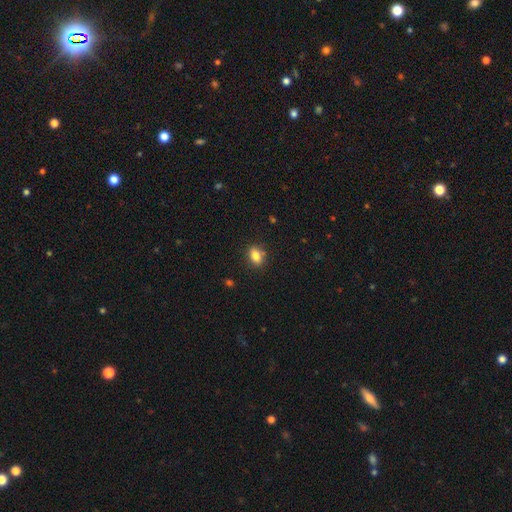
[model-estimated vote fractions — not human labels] The model was most divided on "how rounded": in between: 74%, round: 23%, cigar-shaped: 3%. More confident: smooth or featured — smooth (83%); merging — none (82%).